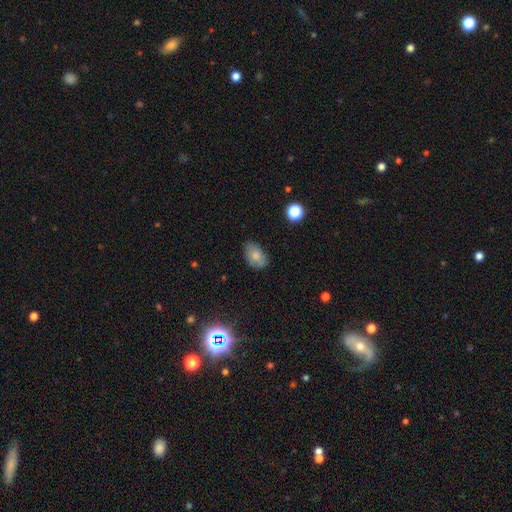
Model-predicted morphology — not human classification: Smooth or featured? Predicted: smooth (p=0.79). How rounded? Predicted: in between (p=0.88). Merging? Predicted: none (p=0.75).